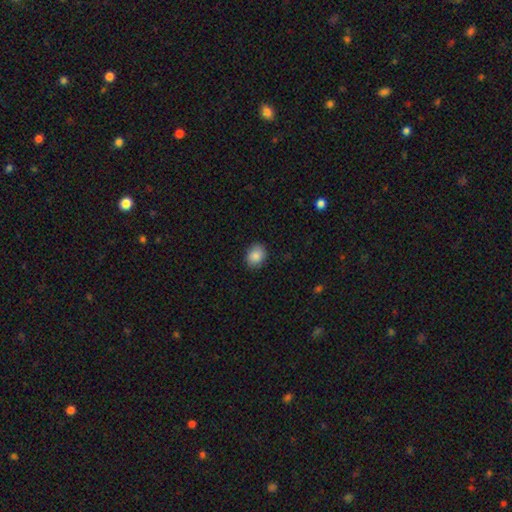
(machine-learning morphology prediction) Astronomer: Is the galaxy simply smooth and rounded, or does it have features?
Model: smooth — 87%.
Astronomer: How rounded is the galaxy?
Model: in between — 53% (runner-up: round, 46%).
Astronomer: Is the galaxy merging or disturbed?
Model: none — 87%.